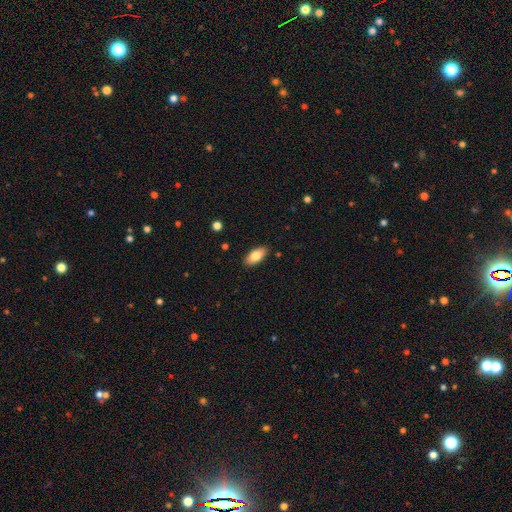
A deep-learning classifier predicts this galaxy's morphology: Smooth or featured? smooth (79%)
How rounded? in between (90%)
Merging? none (89%)